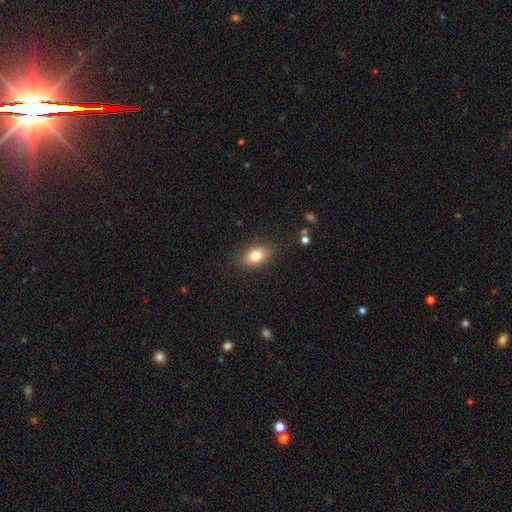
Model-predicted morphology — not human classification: Overall: smooth (81%). How rounded: in between (79%). Merging: none (85%).